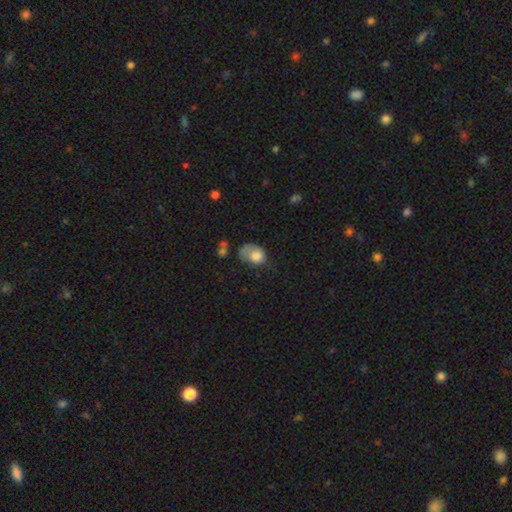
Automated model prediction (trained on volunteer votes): Smooth or featured? smooth (74%)
How rounded? in between (61%)
Merging? major disturbance (40%)